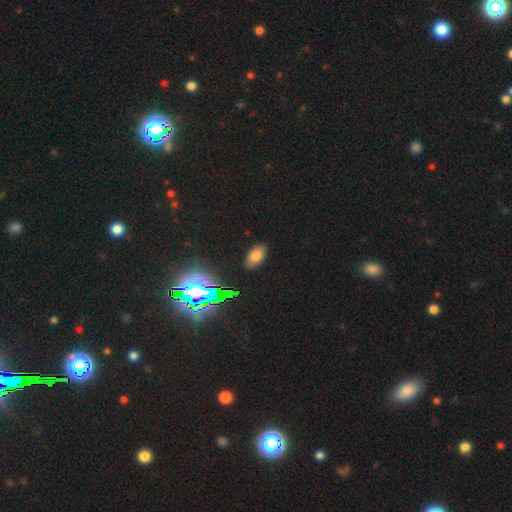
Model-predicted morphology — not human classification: A smooth galaxy with no disk features (70%) that is in between round and cigar-shaped (92%).

Vote fractions:
- Smooth or featured? smooth: 70% / star or artifact: 21% / featured or disk: 9%
- How rounded? in between: 92% / round: 6% / cigar-shaped: 2%
- Merging? none: 87% / minor disturbance: 9% / major disturbance: 2% / merger: 1%